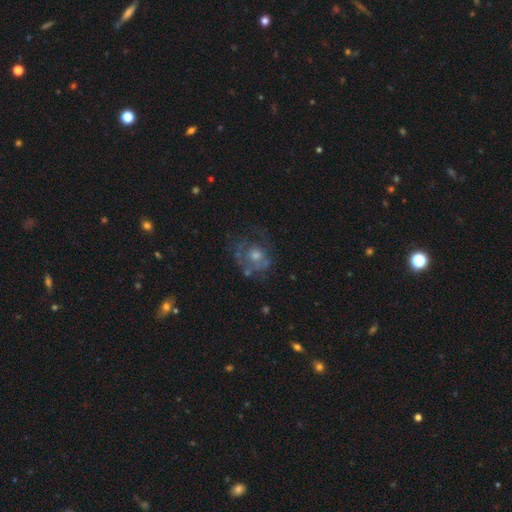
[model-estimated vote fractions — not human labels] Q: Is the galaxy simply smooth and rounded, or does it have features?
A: featured or disk — 58%.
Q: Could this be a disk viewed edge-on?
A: no — 97%.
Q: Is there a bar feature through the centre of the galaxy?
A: no — 87%.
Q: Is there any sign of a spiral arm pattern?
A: no — 57%.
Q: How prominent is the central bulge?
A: moderate — 60%.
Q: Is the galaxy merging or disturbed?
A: none — 52%.